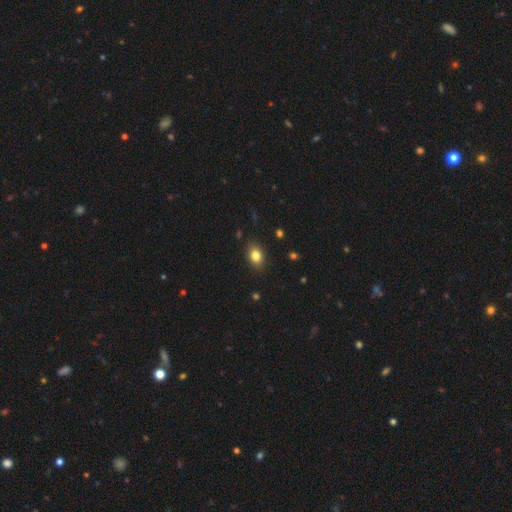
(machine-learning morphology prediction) Overall: smooth (82%). How rounded: in between (67%; round 32%). Merging: none (87%).